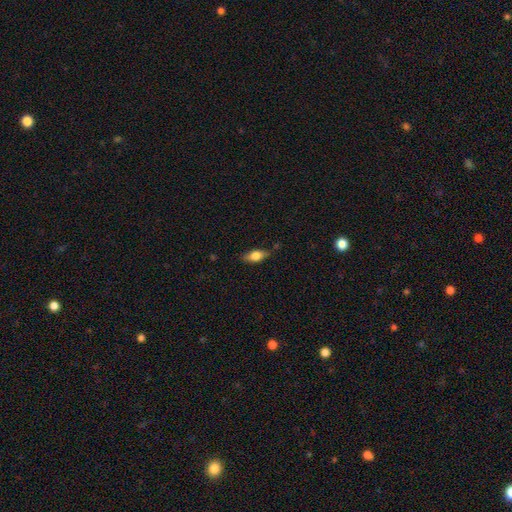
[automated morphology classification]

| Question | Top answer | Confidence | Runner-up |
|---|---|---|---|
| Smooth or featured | smooth | 68% | featured or disk (25%) |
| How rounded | in between | 80% | cigar-shaped (15%) |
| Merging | none | 78% | minor disturbance (17%) |